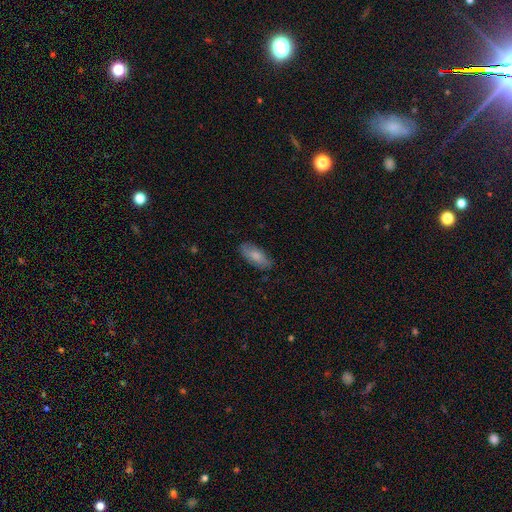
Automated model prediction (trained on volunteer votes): A smooth galaxy with no disk features (78%) that is in between round and cigar-shaped (82%). Merging: none (79%).